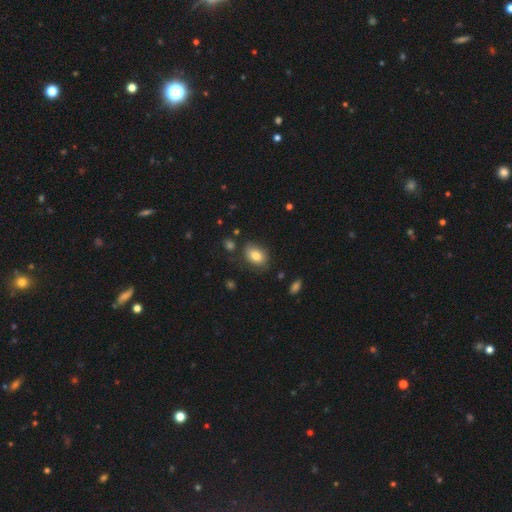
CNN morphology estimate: The model was most divided on "merging": none: 74%, minor disturbance: 18%, major disturbance: 6%, merger: 3%. More confident: how rounded — in between (83%); smooth or featured — smooth (81%).